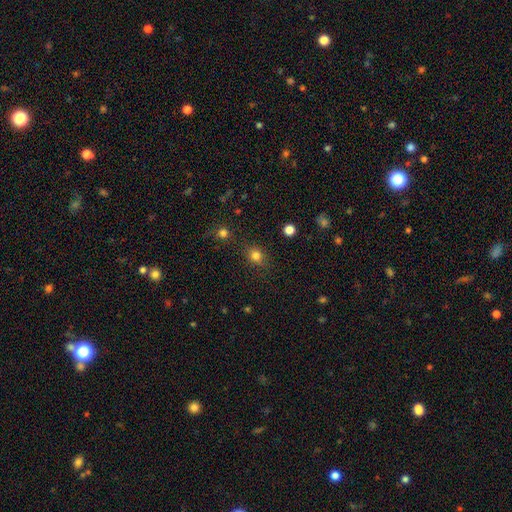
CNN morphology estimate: smooth_or_featured: smooth (p=0.80) [alt: star or artifact p=0.14]
how_rounded: round (p=0.68) [alt: in between p=0.31]
merging: none (p=0.80) [alt: minor disturbance p=0.13]